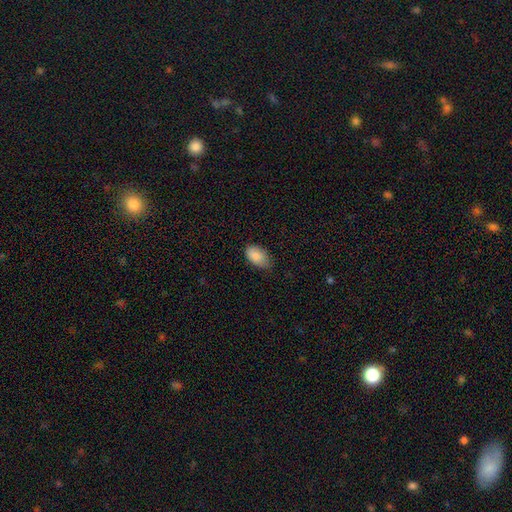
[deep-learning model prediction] A smooth galaxy with no disk features (89%) that is in between round and cigar-shaped (93%). Merging: none (65%).